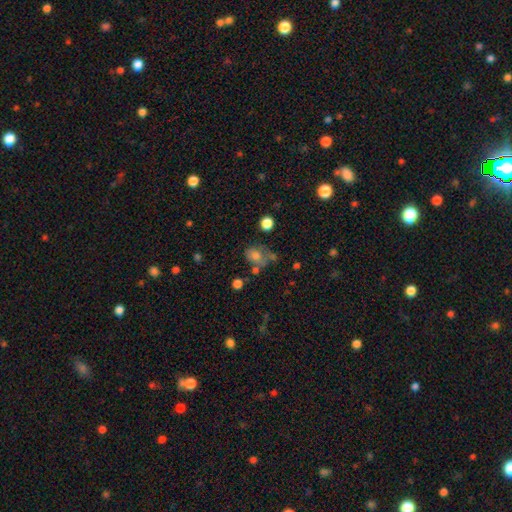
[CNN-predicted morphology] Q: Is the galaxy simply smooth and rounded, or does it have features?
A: smooth — 69%.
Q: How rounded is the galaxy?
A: in between — 53%.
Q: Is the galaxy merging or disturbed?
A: none — 44%.